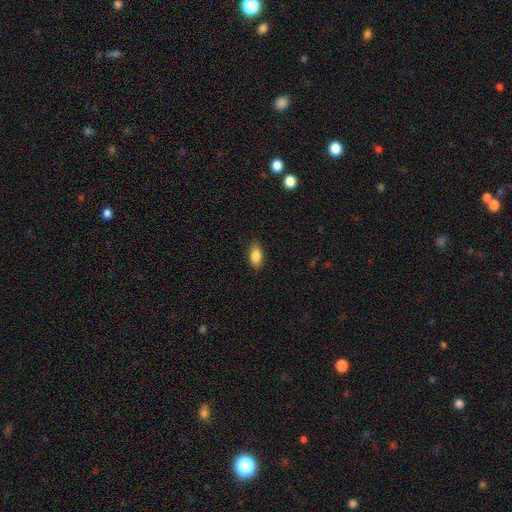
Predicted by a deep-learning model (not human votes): A smooth galaxy with no disk features (85%) that is in between round and cigar-shaped (88%). Merging: none (88%).